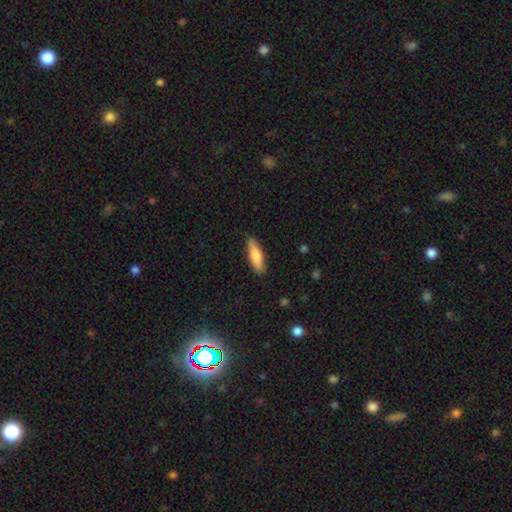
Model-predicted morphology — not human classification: Smooth or featured? Predicted: smooth (p=0.71). How rounded? Predicted: cigar-shaped (p=0.63). Merging? Predicted: none (p=0.86).